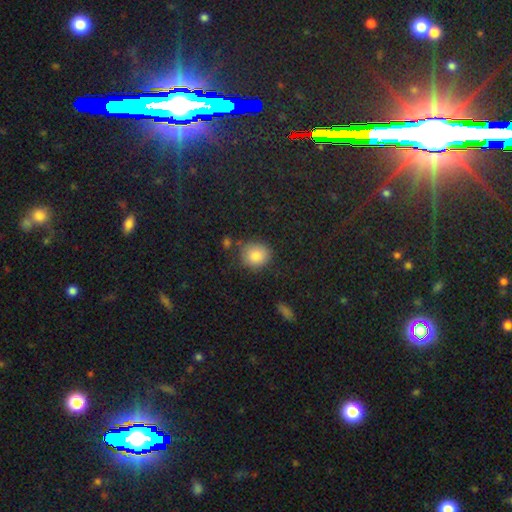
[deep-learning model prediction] Smooth or featured?
  - smooth: 84% *
  - star or artifact: 10%
  - featured or disk: 6%
How rounded?
  - round: 79% *
  - in between: 19%
  - cigar-shaped: 1%
Merging?
  - none: 74% *
  - minor disturbance: 17%
  - merger: 5%
  - major disturbance: 5%